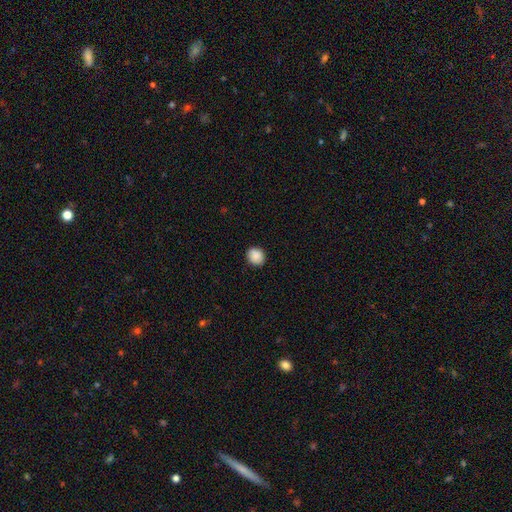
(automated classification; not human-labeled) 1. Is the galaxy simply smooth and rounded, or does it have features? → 89% smooth, 8% star or artifact, 3% featured or disk.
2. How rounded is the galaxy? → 77% round, 23% in between, 1% cigar-shaped.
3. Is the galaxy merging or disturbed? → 88% none, 9% minor disturbance, 2% major disturbance, 1% merger.